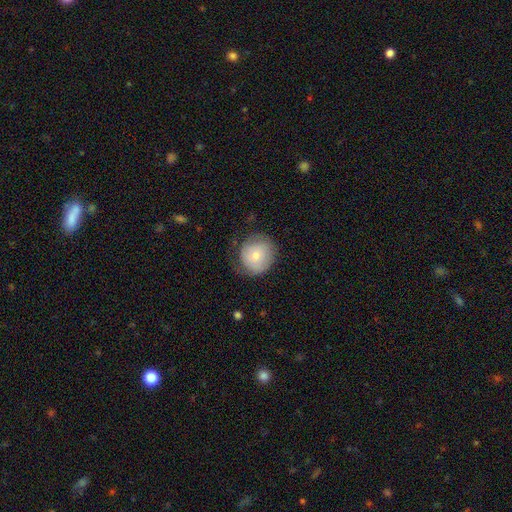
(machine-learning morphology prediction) type=smooth (67%); roundness=round (87%); merging=none (64%).